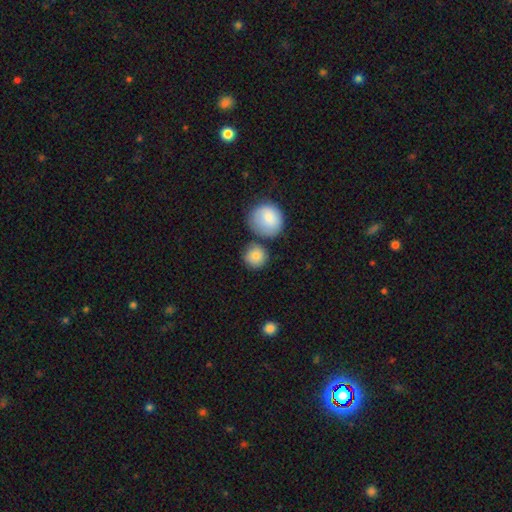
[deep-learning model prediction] Smooth or featured? Predicted: smooth (p=0.86). How rounded? Predicted: round (p=0.91). Merging? Predicted: none (p=0.71).